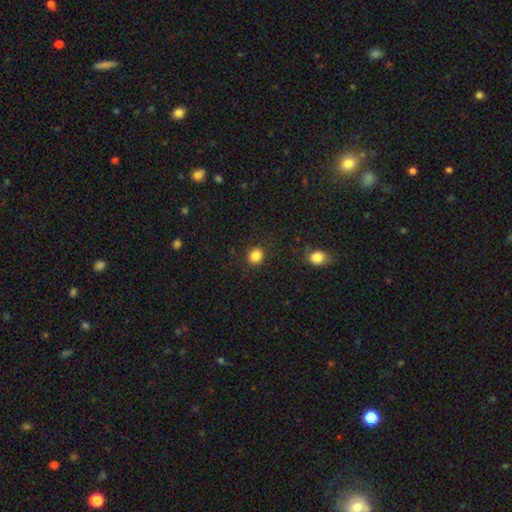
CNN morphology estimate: smooth-or-featured: smooth: 85% | star or artifact: 11% | featured or disk: 4%
  how-rounded: round: 78% | in between: 22% | cigar-shaped: 1%
  merging: none: 88% | minor disturbance: 8% | major disturbance: 3% | merger: 2%